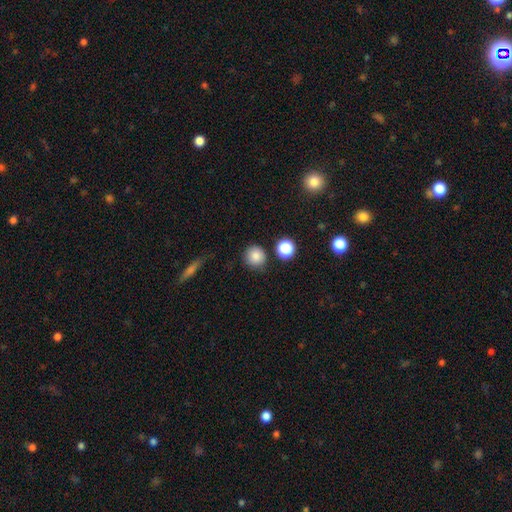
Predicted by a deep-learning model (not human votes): Smooth or featured? smooth (84%)
How rounded? round (90%)
Merging? none (82%)